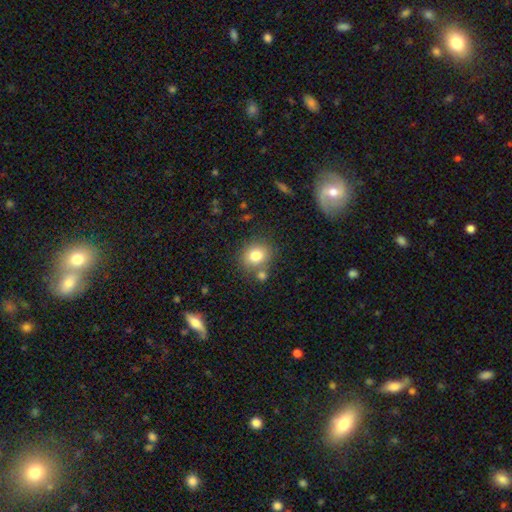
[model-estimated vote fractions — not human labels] Smooth or featured?
  - smooth: 80% *
  - star or artifact: 10%
  - featured or disk: 10%
How rounded?
  - round: 74% *
  - in between: 25%
  - cigar-shaped: 1%
Merging?
  - none: 70% *
  - merger: 15%
  - minor disturbance: 12%
  - major disturbance: 4%